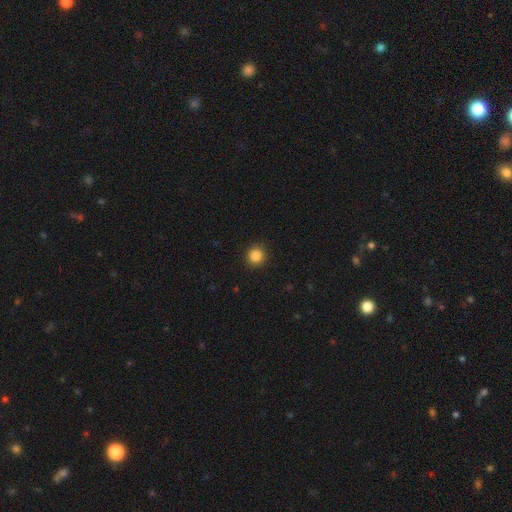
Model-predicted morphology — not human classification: Smooth or featured: smooth — 86% (star or artifact — 11%)
How rounded: round — 93% (in between — 6%)
Merging: none — 92% (minor disturbance — 6%)